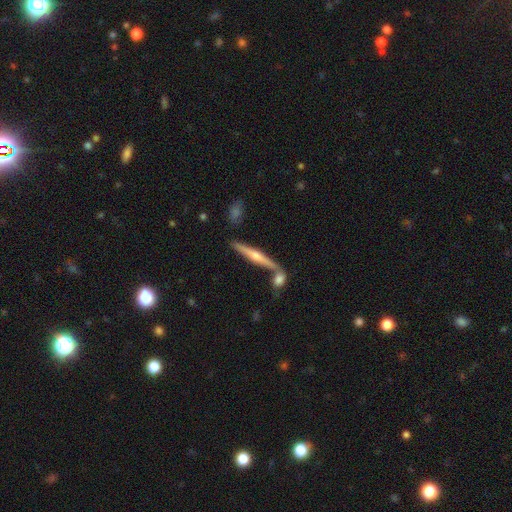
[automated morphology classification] Smooth or featured? featured or disk (76%)
Edge-on disk? yes (97%)
Edge-on bulge? rounded (86%)
Merging? none (76%)